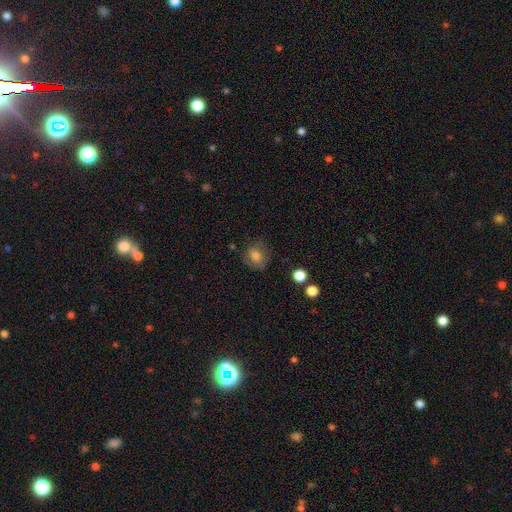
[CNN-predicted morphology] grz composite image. It shows a smooth galaxy with no disk features (75%) that is round (62%). Merging: none (68%).